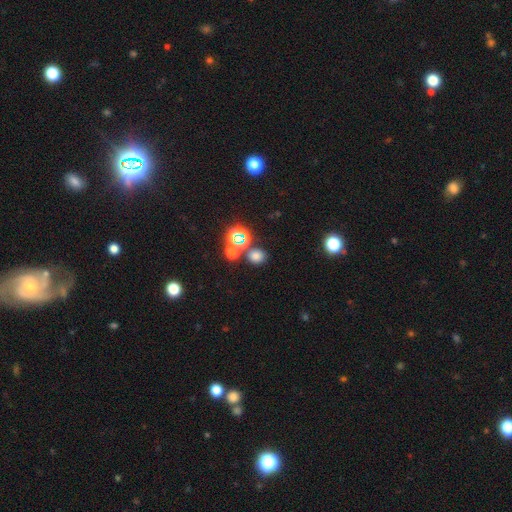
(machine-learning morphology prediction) Smooth or featured?
  - smooth: 67% *
  - star or artifact: 27%
  - featured or disk: 6%
How rounded?
  - round: 77% *
  - in between: 22%
  - cigar-shaped: 1%
Merging?
  - none: 74% *
  - merger: 14%
  - minor disturbance: 8%
  - major disturbance: 4%